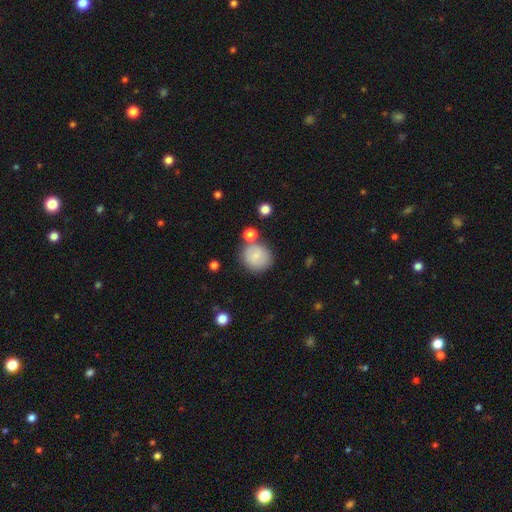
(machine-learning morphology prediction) Overall: smooth (79%). How rounded: round (86%). Merging: none (73%).